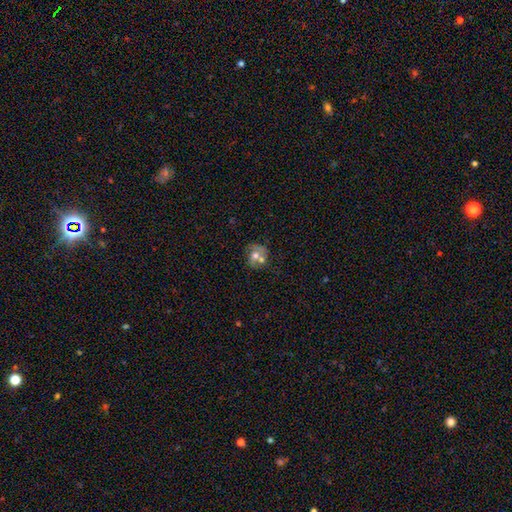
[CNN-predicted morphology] A smooth galaxy with no disk features (47%). Merging: merger (40%).